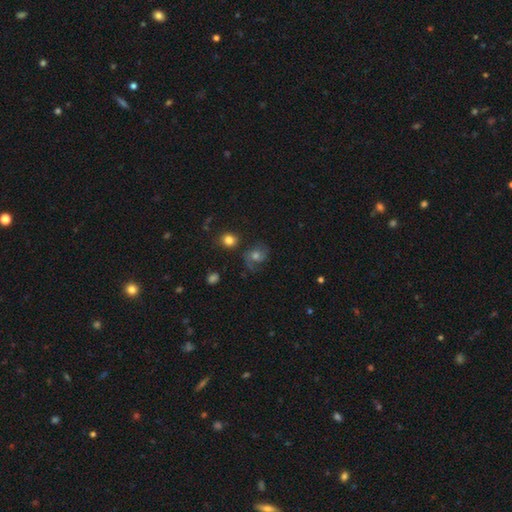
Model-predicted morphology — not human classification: The model was most divided on "smooth or featured": featured or disk: 53%, smooth: 31%, star or artifact: 16%. More confident: edge-on disk — no (97%); spiral arms — yes (87%); bar — no (69%); merging — none (64%); bulge size — moderate (62%).